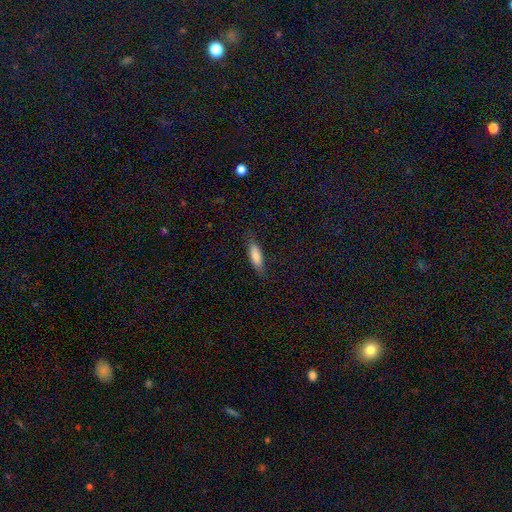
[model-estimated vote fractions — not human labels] A smooth galaxy with no disk features (83%) that is in between round and cigar-shaped (50%). Merging: none (79%).